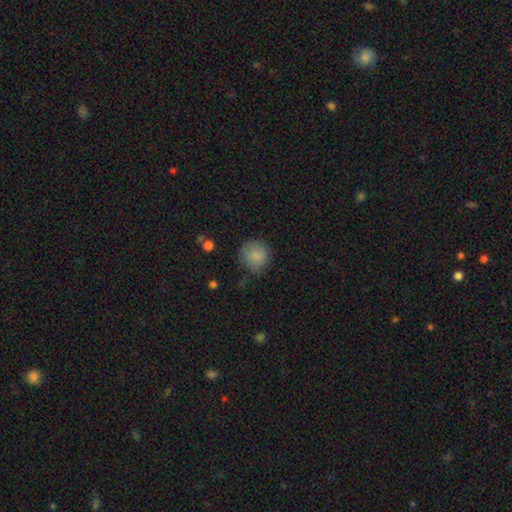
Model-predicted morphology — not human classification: smooth_or_featured: smooth (p=0.85) [alt: star or artifact p=0.08]
how_rounded: round (p=0.91) [alt: in between p=0.08]
merging: none (p=0.76) [alt: minor disturbance p=0.18]